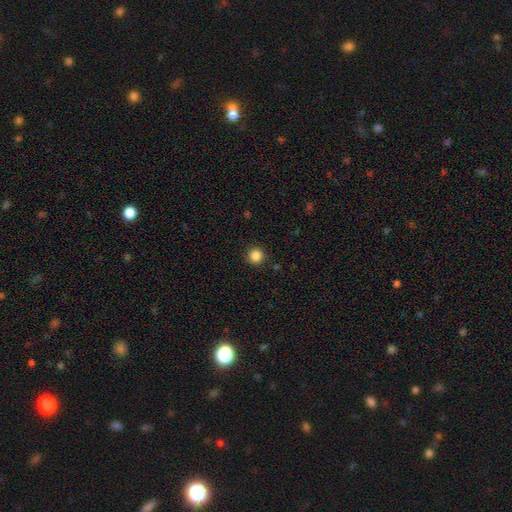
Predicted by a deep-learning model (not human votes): A smooth galaxy with no disk features (86%) that is round (95%). Merging: none (91%).